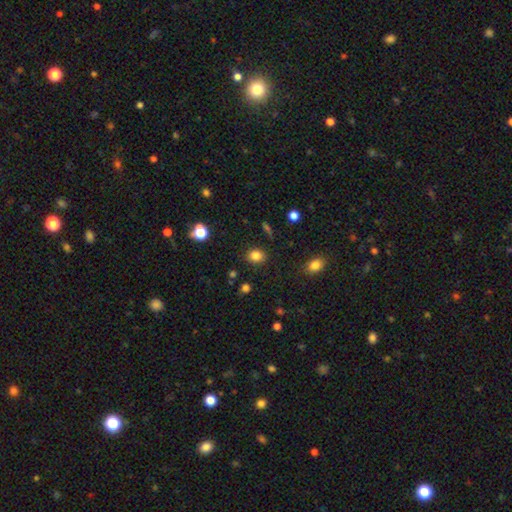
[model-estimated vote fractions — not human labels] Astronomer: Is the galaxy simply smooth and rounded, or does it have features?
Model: smooth — 83%.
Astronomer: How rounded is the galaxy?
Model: round — 58% (runner-up: in between, 41%).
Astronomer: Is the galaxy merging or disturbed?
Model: none — 87%.